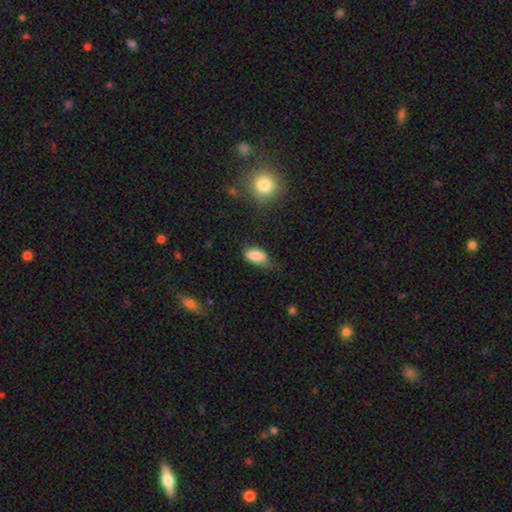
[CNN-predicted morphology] Smooth or featured? smooth (81%)
How rounded? in between (90%)
Merging? minor disturbance (41%)